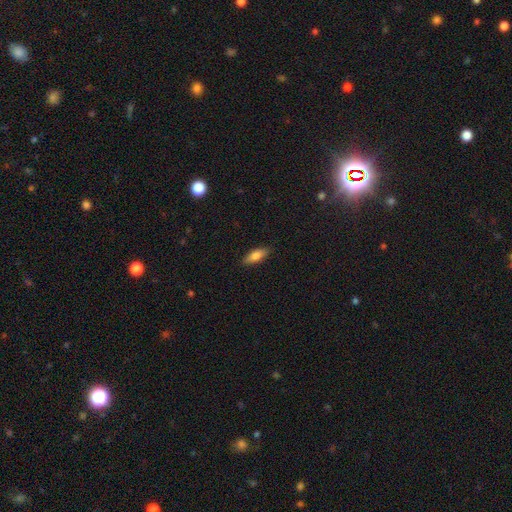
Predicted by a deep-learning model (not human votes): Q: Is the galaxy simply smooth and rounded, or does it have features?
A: smooth — 78%.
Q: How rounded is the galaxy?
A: in between — 67%.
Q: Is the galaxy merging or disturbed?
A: none — 86%.